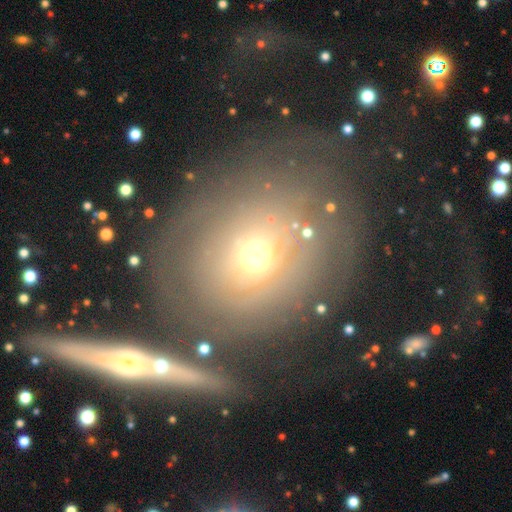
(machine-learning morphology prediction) A smooth galaxy with no disk features (49%). Merging: none (55%).